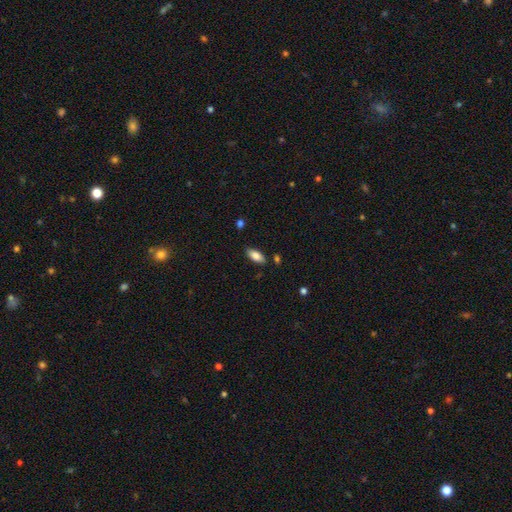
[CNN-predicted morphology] type=smooth (82%); roundness=in between (87%); merging=none (85%).